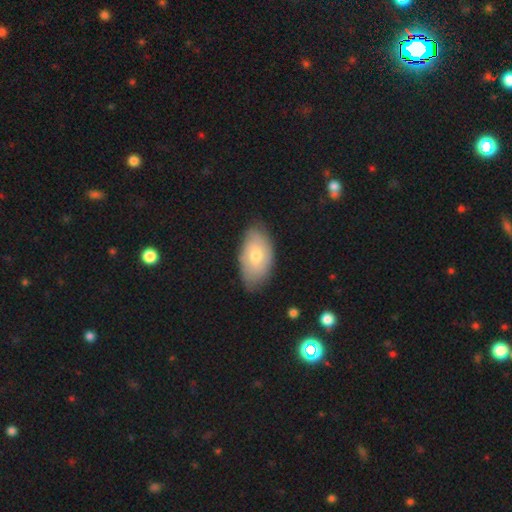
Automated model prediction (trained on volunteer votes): A smooth galaxy with no disk features (60%) that is in between round and cigar-shaped (93%).

Vote fractions:
- Smooth or featured? smooth: 60% / featured or disk: 34% / star or artifact: 6%
- How rounded? in between: 93% / round: 5% / cigar-shaped: 2%
- Merging? none: 74% / minor disturbance: 21% / major disturbance: 4% / merger: 1%